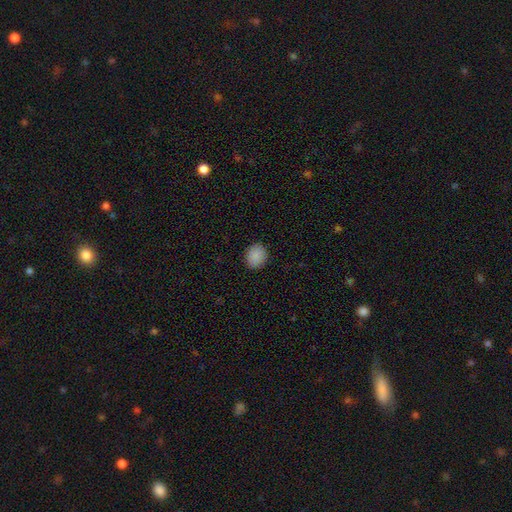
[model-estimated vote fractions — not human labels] Q: Smooth or featured?
A: smooth (89%); runner-up: star or artifact (8%)
Q: How rounded?
A: round (69%); runner-up: in between (31%)
Q: Merging?
A: none (89%); runner-up: minor disturbance (8%)